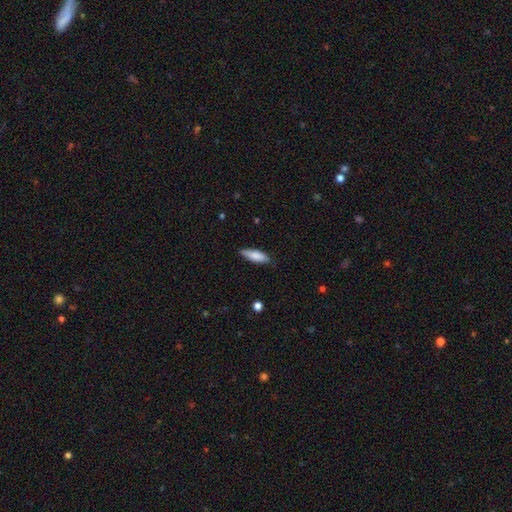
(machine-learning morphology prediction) type=smooth (81%); roundness=in between (56%); merging=none (81%).